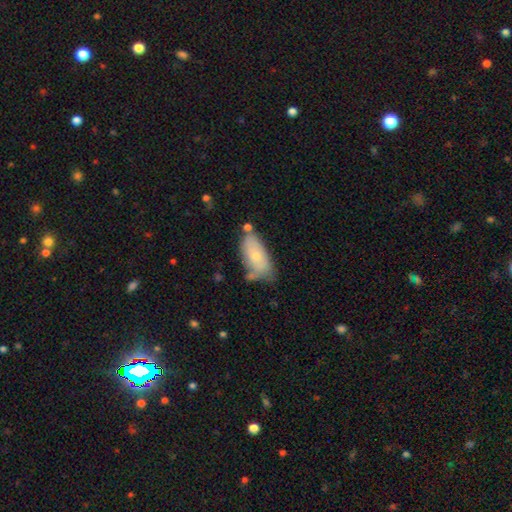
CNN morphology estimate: Smooth or featured?
  - smooth: 64% *
  - featured or disk: 29%
  - star or artifact: 7%
How rounded?
  - in between: 91% *
  - cigar-shaped: 6%
  - round: 3%
Merging?
  - none: 50% *
  - minor disturbance: 29%
  - merger: 13%
  - major disturbance: 8%